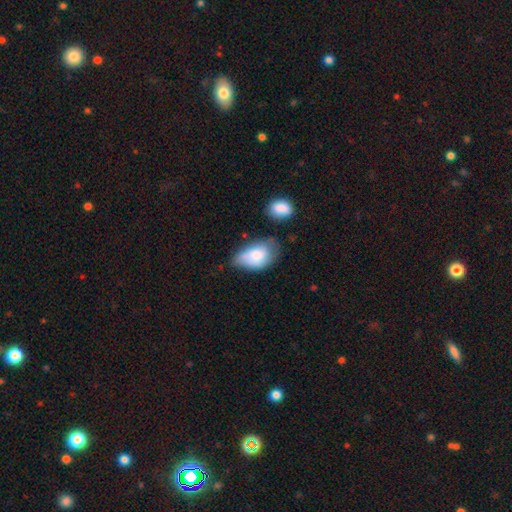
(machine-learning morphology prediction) smooth_or_featured: smooth (p=0.71) [alt: featured or disk p=0.22]
how_rounded: in between (p=0.91) [alt: round p=0.07]
merging: minor disturbance (p=0.40) [alt: none p=0.37]